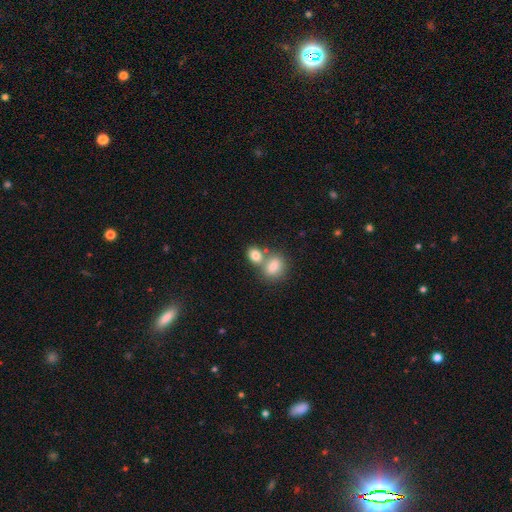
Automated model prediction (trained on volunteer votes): This appears to be a smooth galaxy with no disk features (82%) that is in between round and cigar-shaped (65%). Merging: merger (51%).